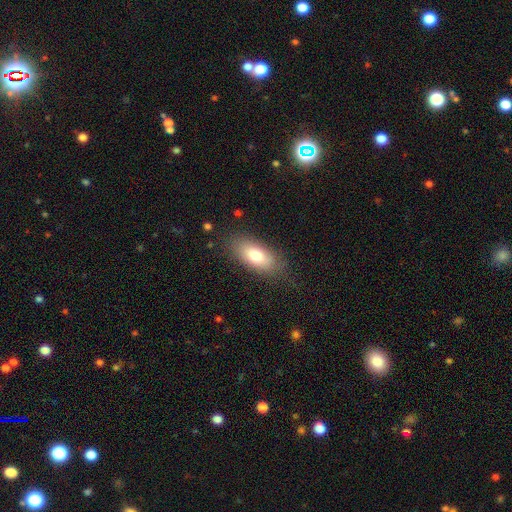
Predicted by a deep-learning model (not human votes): A smooth galaxy with no disk features (77%) that is in between round and cigar-shaped (86%). Merging: none (79%).